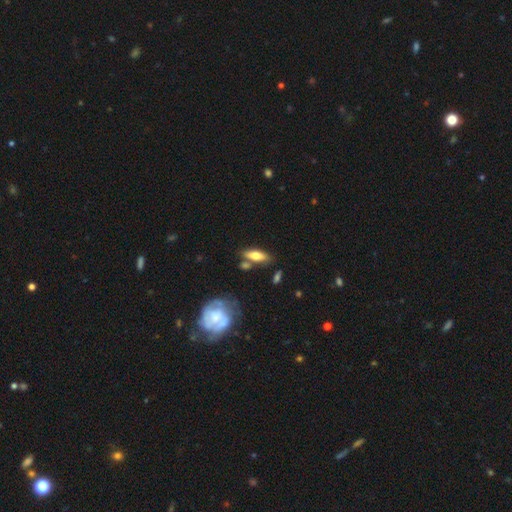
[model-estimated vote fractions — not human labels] Smooth or featured?
  - smooth: 61% *
  - featured or disk: 32%
  - star or artifact: 7%
How rounded?
  - in between: 61% *
  - cigar-shaped: 36%
  - round: 3%
Merging?
  - none: 68% *
  - minor disturbance: 16%
  - merger: 12%
  - major disturbance: 4%